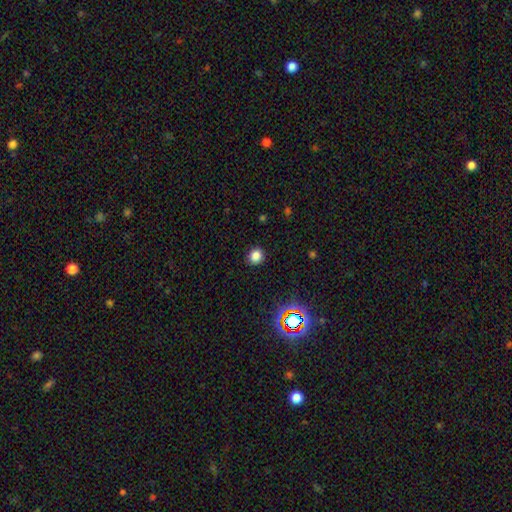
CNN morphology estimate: This is clearly a smooth galaxy (82%). How rounded: clearly round (84%). Merging: clearly none (89%).